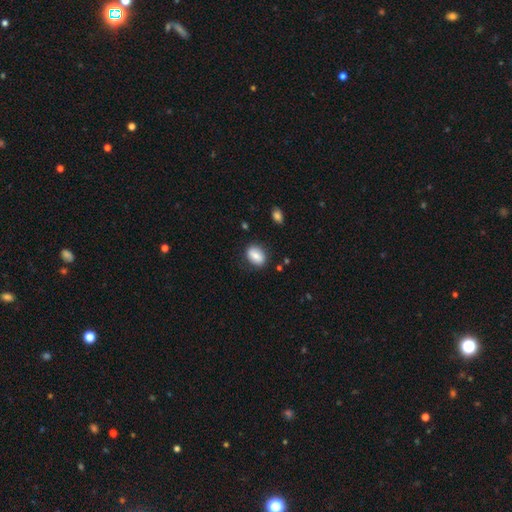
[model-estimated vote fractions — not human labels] The model was most divided on "how rounded": in between: 79%, round: 19%, cigar-shaped: 2%. More confident: smooth or featured — smooth (80%); merging — none (80%).